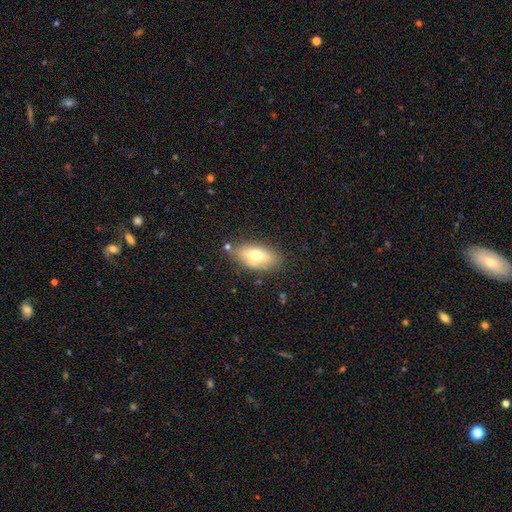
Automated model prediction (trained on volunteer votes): Overall: smooth (67%). How rounded: in between (87%). Merging: none (74%).